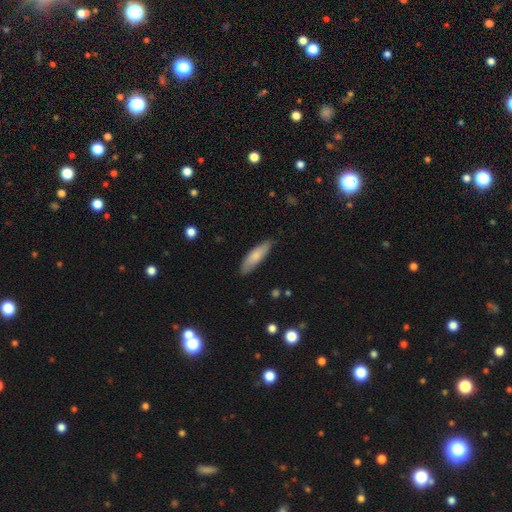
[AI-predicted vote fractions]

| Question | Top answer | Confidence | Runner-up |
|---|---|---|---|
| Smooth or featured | smooth | 78% | featured or disk (17%) |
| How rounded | cigar-shaped | 63% | in between (36%) |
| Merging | none | 84% | minor disturbance (13%) |